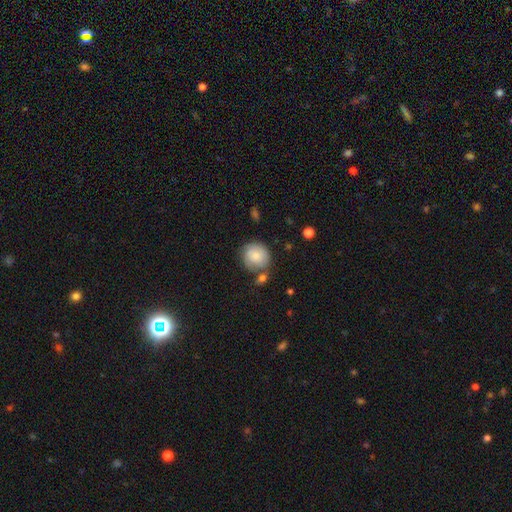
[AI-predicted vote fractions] smooth-or-featured: smooth: 70% | featured or disk: 23% | star or artifact: 7%
  how-rounded: round: 85% | in between: 14% | cigar-shaped: 1%
  merging: none: 60% | minor disturbance: 21% | merger: 12% | major disturbance: 7%